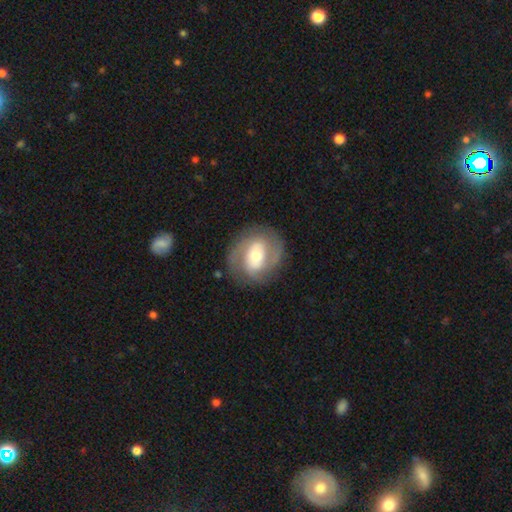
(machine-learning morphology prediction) A featured or disk galaxy (72%) with no bar (40%), 2 (73%) tight (44%) spiral arms (83%) and a moderate central bulge (63%).

Vote fractions:
- Smooth or featured? featured or disk: 72% / smooth: 22% / star or artifact: 6%
- Edge-on disk? no: 97% / yes: 3%
- Bar? no: 40% / weak: 37% / strong: 23%
- Spiral arms? yes: 83% / no: 17%
- Spiral winding? tight: 44% / medium: 41% / loose: 14%
- Spiral arm count? 2: 73% / can't tell: 13% / 3: 7% / 1: 4% / 4: 2% / more than 4: 2%
- Bulge size? moderate: 63% / small: 21% / large: 12% / dominant: 1% / none: 1%
- Merging? none: 78% / minor disturbance: 14% / major disturbance: 7% / merger: 1%